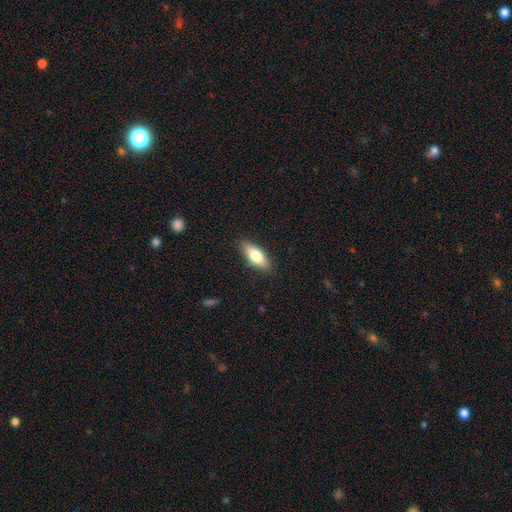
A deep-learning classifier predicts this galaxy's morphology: Smooth or featured? smooth (71%)
How rounded? in between (70%)
Merging? none (86%)